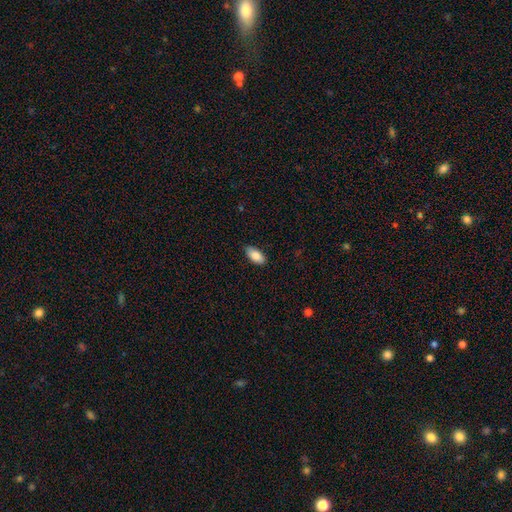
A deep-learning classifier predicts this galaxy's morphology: type=smooth (87%); roundness=in between (92%); merging=none (83%).